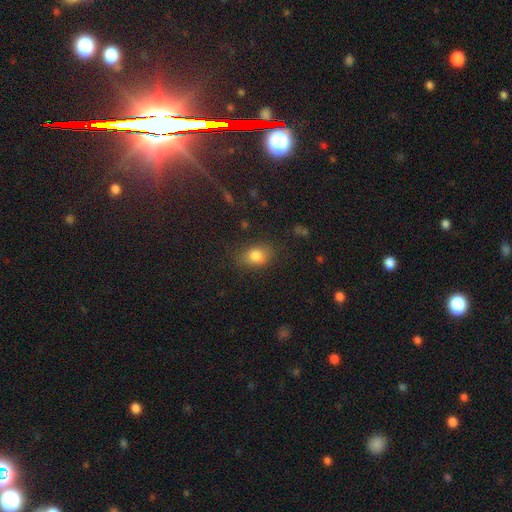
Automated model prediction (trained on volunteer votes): A smooth galaxy with no disk features (81%) that is in between round and cigar-shaped (66%). Merging: none (76%).